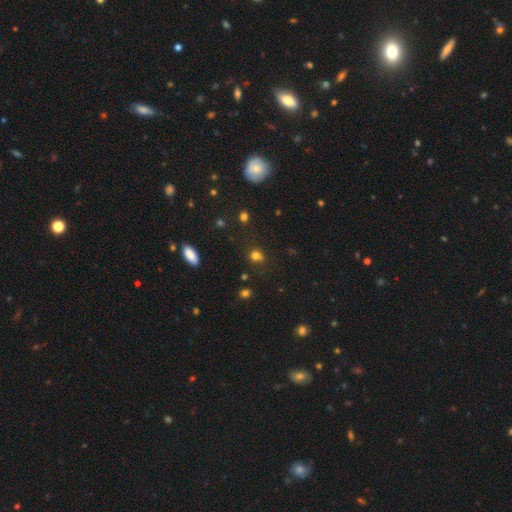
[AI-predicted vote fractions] Smooth or featured? Predicted: smooth (p=0.73). How rounded? Predicted: round (p=0.79). Merging? Predicted: none (p=0.68).